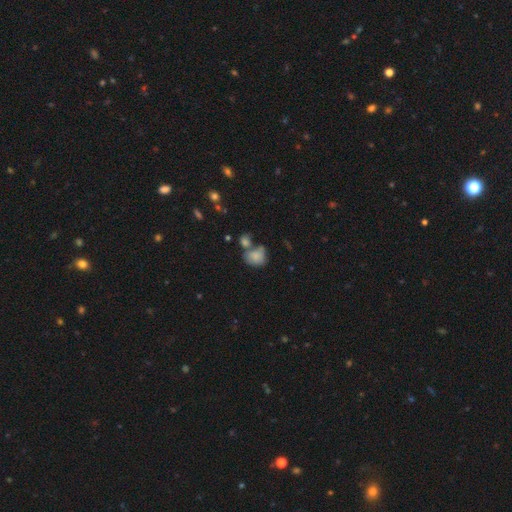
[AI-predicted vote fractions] This appears to be a smooth galaxy with no disk features (78%) that is round (51%). Merging: merger (42%).